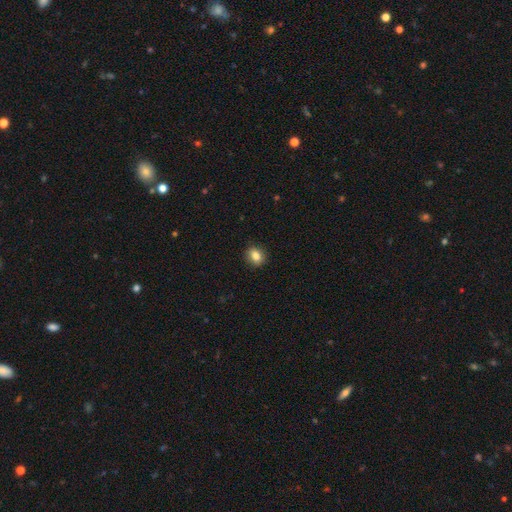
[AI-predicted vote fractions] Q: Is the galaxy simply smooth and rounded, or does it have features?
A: smooth — 84%.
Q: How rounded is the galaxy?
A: round — 53%.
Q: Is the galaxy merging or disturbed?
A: none — 88%.